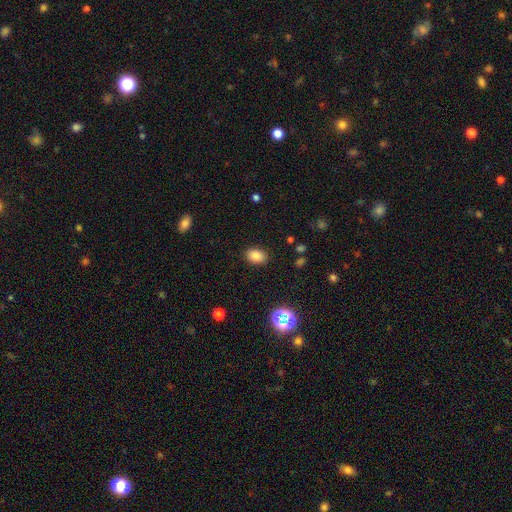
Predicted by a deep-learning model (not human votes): smooth_or_featured: smooth (p=0.82) [alt: star or artifact p=0.12]
how_rounded: in between (p=0.79) [alt: round p=0.19]
merging: none (p=0.87) [alt: minor disturbance p=0.09]